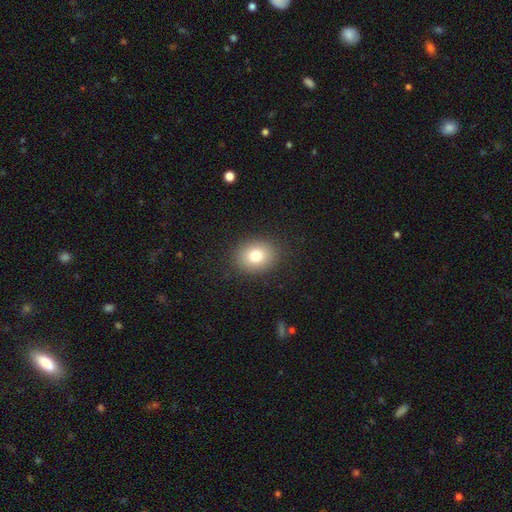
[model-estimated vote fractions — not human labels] Smooth or featured: smooth — 79% (star or artifact — 11%)
How rounded: round — 50% (in between — 49%)
Merging: none — 88% (minor disturbance — 8%)